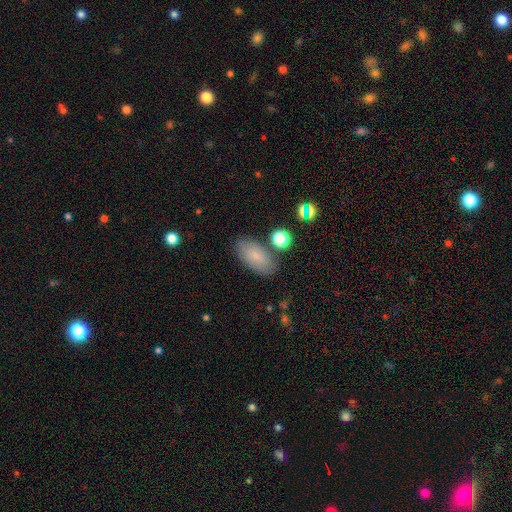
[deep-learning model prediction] Morphology: type=smooth (78%); roundness=in between (92%); merging=none (80%).